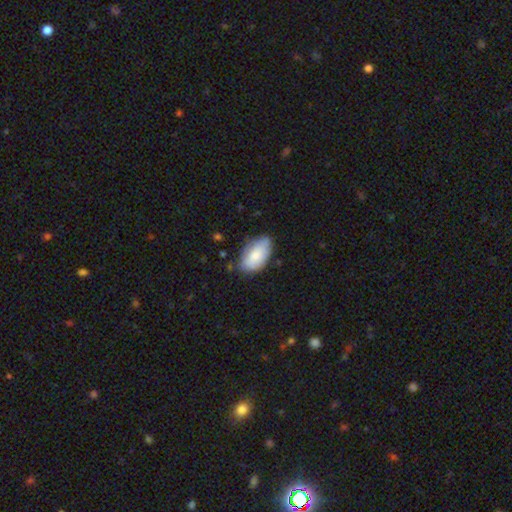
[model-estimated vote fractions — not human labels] smooth 80%, featured or disk 14%, star or artifact 6%. Down the decision tree: how rounded — in between (95%); merging — none (66%).